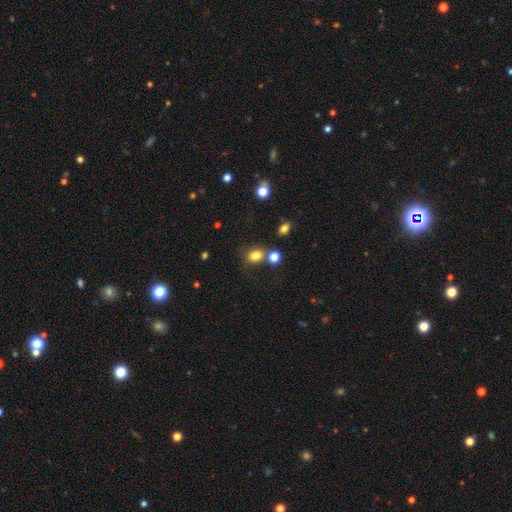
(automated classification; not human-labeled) This is clearly a smooth galaxy (81%). How rounded: possibly round (50%). Merging: likely none (63%).